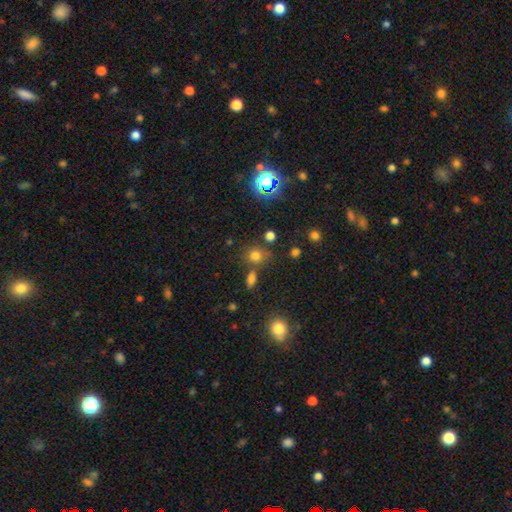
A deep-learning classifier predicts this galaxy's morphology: A smooth galaxy with no disk features (73%) that is round (82%).

Vote fractions:
- Smooth or featured? smooth: 73% / star or artifact: 20% / featured or disk: 7%
- How rounded? round: 82% / in between: 17% / cigar-shaped: 1%
- Merging? none: 70% / merger: 14% / minor disturbance: 11% / major disturbance: 5%